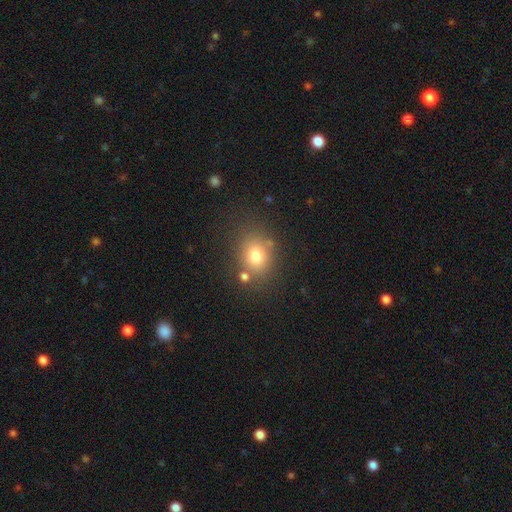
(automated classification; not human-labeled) smooth 75%, star or artifact 13%, featured or disk 11%. Down the decision tree: how rounded — round (52%); merging — none (71%).